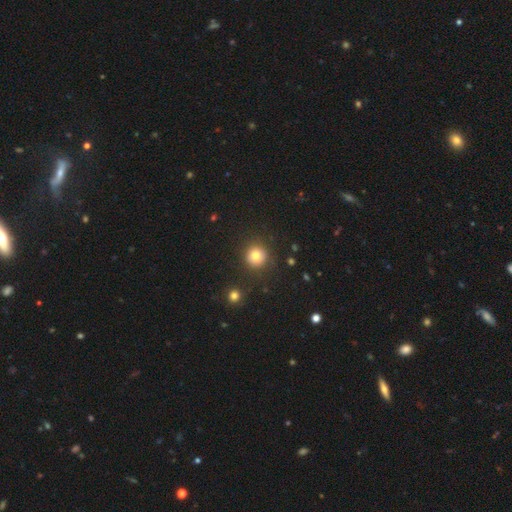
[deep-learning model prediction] smooth_or_featured: smooth (p=0.78) [alt: star or artifact p=0.13]
how_rounded: round (p=0.94) [alt: in between p=0.05]
merging: none (p=0.87) [alt: minor disturbance p=0.08]